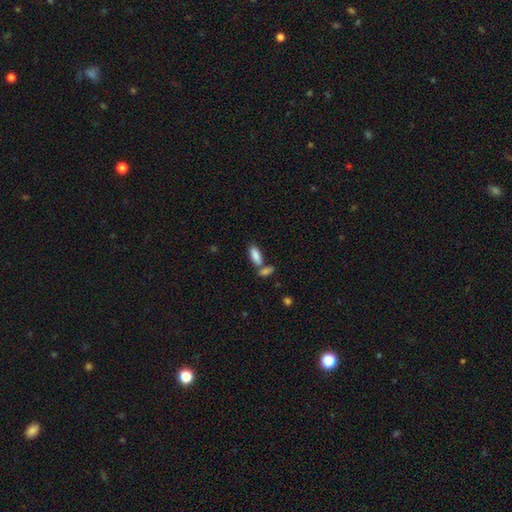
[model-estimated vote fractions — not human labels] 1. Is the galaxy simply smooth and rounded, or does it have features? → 86% smooth, 7% featured or disk, 7% star or artifact.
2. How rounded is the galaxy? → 77% in between, 21% cigar-shaped, 2% round.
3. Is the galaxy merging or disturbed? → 49% none, 38% merger, 10% minor disturbance, 4% major disturbance.